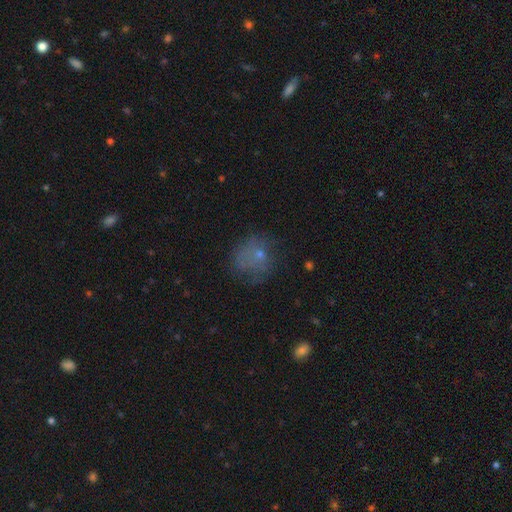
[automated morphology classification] Smooth or featured? smooth (58%)
How rounded? round (74%)
Merging? none (50%)